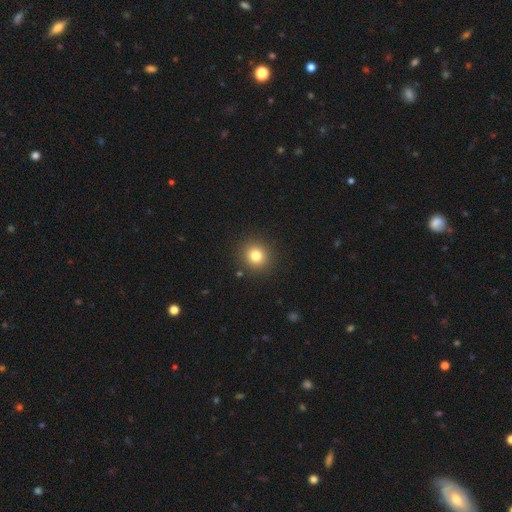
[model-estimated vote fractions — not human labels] This appears to be a smooth galaxy with no disk features (80%) that is round (90%). Merging: none (90%).